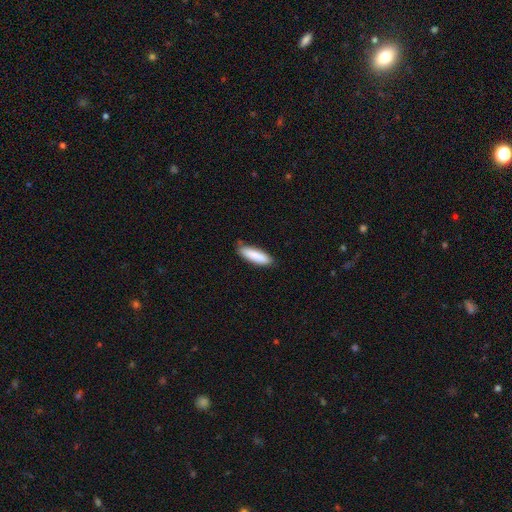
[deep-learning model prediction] smooth 87%, featured or disk 8%, star or artifact 6%. Down the decision tree: how rounded — cigar-shaped (64%); merging — none (81%).